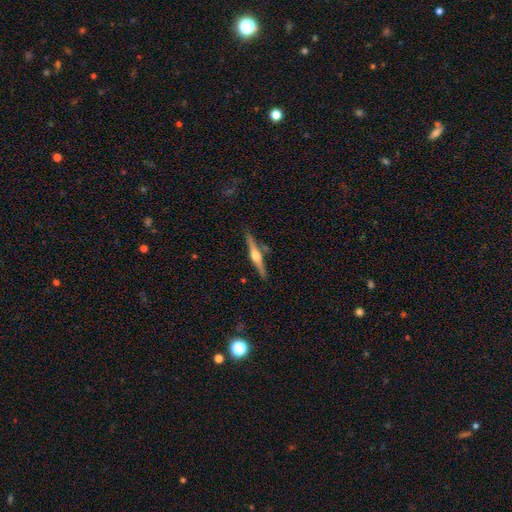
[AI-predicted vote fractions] Overall: featured or disk (76%). Edge-on disk: yes (98%). Edge-on bulge: rounded (94%). Merging: none (84%).